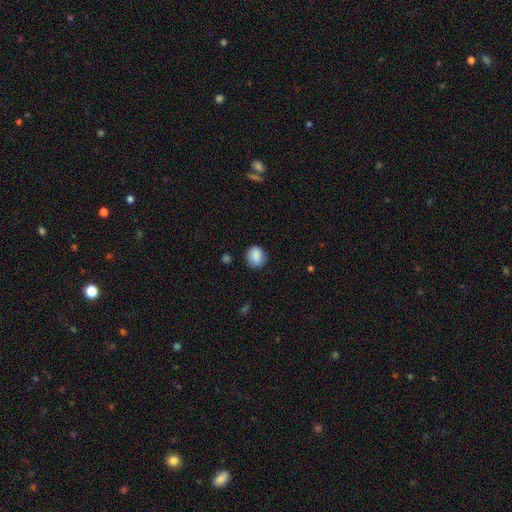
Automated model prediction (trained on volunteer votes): Smooth or featured: smooth — 85% (star or artifact — 8%)
How rounded: round — 70% (in between — 29%)
Merging: none — 78% (minor disturbance — 17%)